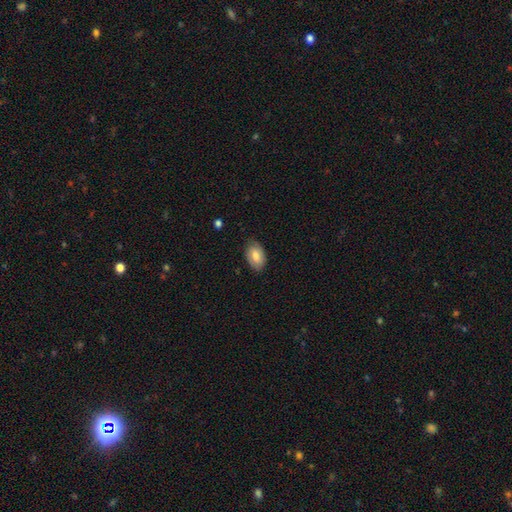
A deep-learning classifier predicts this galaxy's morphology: A smooth galaxy with no disk features (76%) that is in between round and cigar-shaped (91%).

Vote fractions:
- Smooth or featured? smooth: 76% / featured or disk: 18% / star or artifact: 7%
- How rounded? in between: 91% / round: 8% / cigar-shaped: 1%
- Merging? none: 79% / minor disturbance: 17% / major disturbance: 3% / merger: 1%